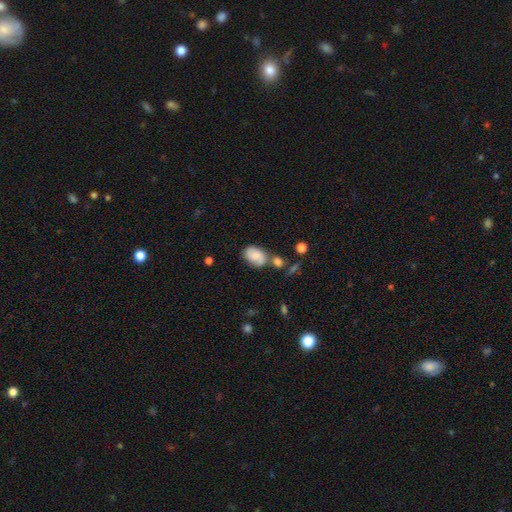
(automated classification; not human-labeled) Q: Smooth or featured?
A: smooth (65%); runner-up: featured or disk (26%)
Q: How rounded?
A: in between (82%); runner-up: round (17%)
Q: Merging?
A: none (49%); runner-up: minor disturbance (24%)